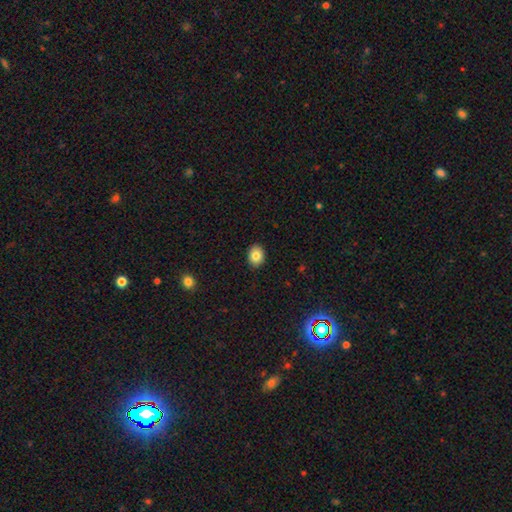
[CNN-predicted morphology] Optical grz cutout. It shows a smooth galaxy with no disk features (84%) that is in between round and cigar-shaped (59%). Merging: none (90%).